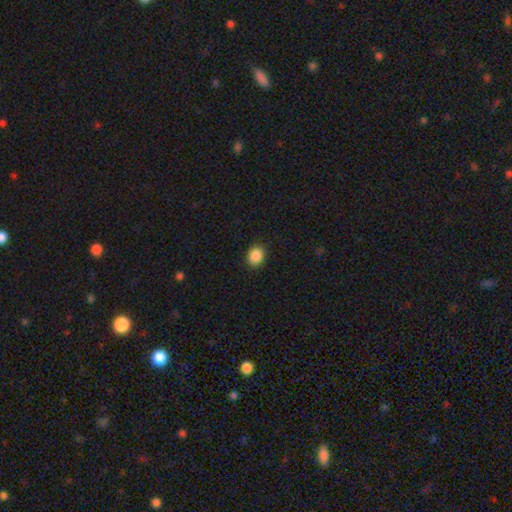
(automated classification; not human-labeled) smooth_or_featured: smooth (p=0.88) [alt: star or artifact p=0.09]
how_rounded: round (p=0.63) [alt: in between p=0.36]
merging: none (p=0.89) [alt: minor disturbance p=0.07]